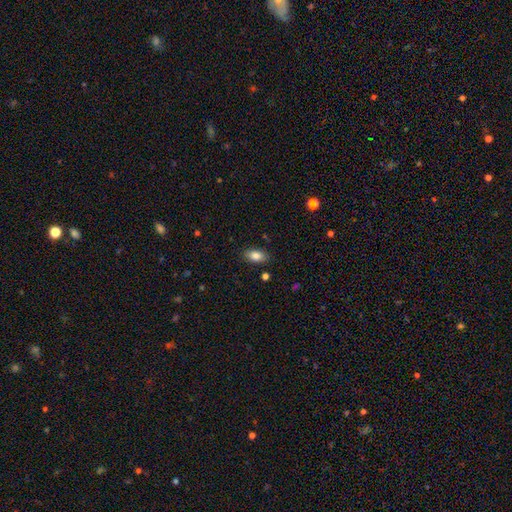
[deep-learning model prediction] The model was most divided on "merging": none: 86%, minor disturbance: 10%, major disturbance: 2%, merger: 1%. More confident: how rounded — in between (91%); smooth or featured — smooth (84%).